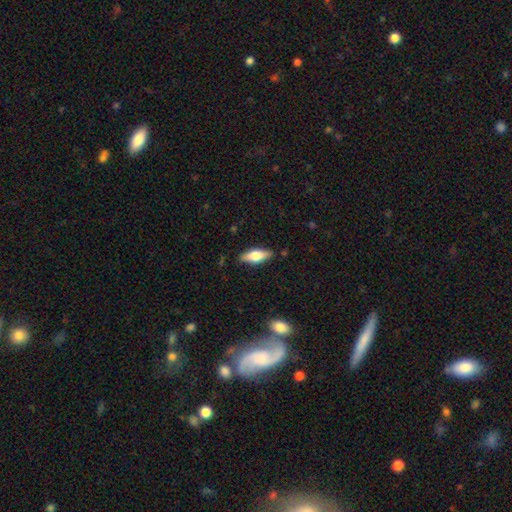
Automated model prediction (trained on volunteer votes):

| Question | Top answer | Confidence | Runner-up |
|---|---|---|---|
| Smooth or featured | smooth | 60% | featured or disk (34%) |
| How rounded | in between | 68% | cigar-shaped (30%) |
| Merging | none | 85% | minor disturbance (11%) |